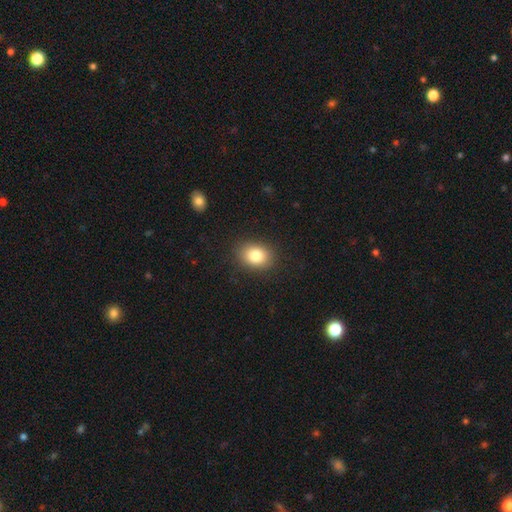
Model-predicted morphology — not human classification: smooth_or_featured: smooth (p=0.83) [alt: star or artifact p=0.10]
how_rounded: in between (p=0.61) [alt: round p=0.38]
merging: none (p=0.88) [alt: minor disturbance p=0.09]